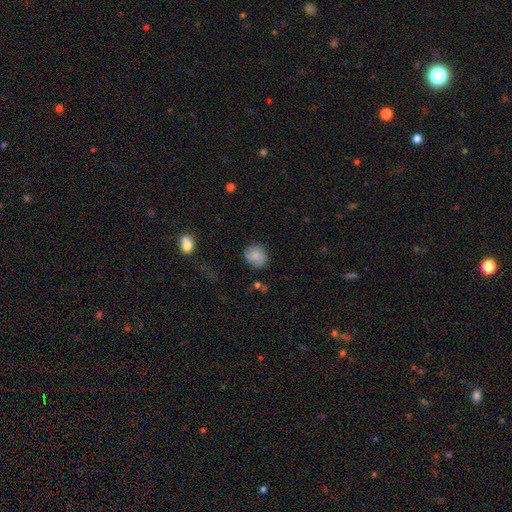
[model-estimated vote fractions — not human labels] Smooth or featured? Predicted: smooth (p=0.79). How rounded? Predicted: round (p=0.76). Merging? Predicted: none (p=0.77).